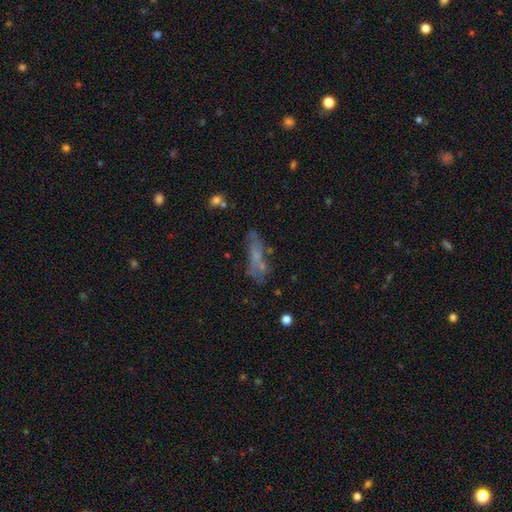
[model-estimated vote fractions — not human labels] Q: Smooth or featured?
A: smooth (47%); runner-up: featured or disk (39%)
Q: Merging?
A: none (56%); runner-up: minor disturbance (21%)